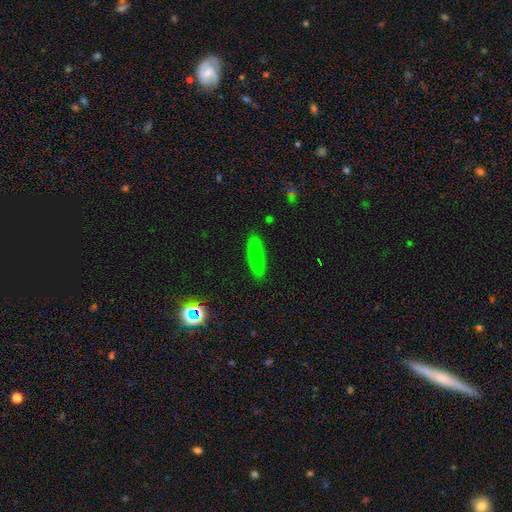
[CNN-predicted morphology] smooth_or_featured: smooth (p=0.77) [alt: featured or disk p=0.12]
how_rounded: cigar-shaped (p=0.58) [alt: in between p=0.40]
merging: none (p=0.87) [alt: minor disturbance p=0.10]